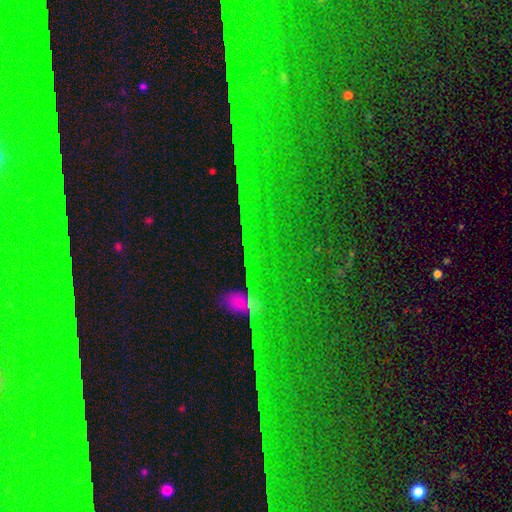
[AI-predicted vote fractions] Smooth or featured: star or artifact — 77% (featured or disk — 12%)